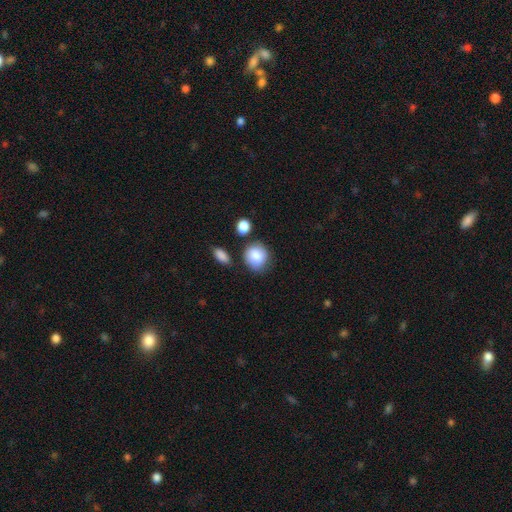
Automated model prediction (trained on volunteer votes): This is clearly a smooth galaxy (84%). How rounded: likely round (76%). Merging: likely none (71%).